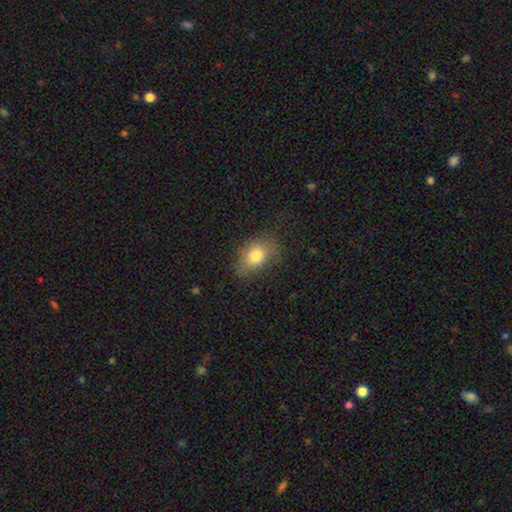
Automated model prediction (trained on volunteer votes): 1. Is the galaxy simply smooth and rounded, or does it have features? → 79% smooth, 11% featured or disk, 9% star or artifact.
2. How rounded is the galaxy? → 75% in between, 23% round, 1% cigar-shaped.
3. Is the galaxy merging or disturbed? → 70% none, 20% minor disturbance, 8% major disturbance, 1% merger.